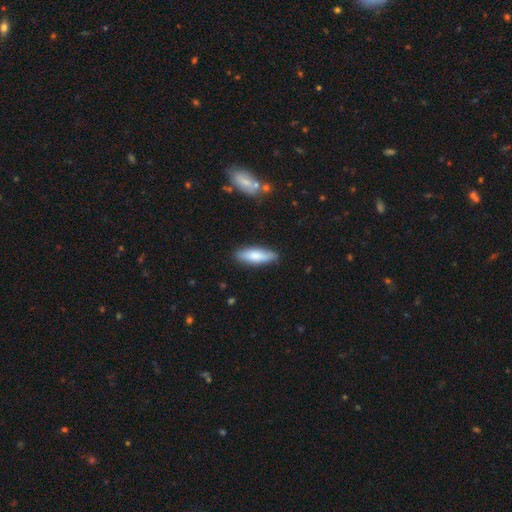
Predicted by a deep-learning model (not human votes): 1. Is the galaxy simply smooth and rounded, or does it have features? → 76% smooth, 18% featured or disk, 6% star or artifact.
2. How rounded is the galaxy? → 51% cigar-shaped, 47% in between, 2% round.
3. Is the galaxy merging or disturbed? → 83% none, 13% minor disturbance, 2% major disturbance, 2% merger.